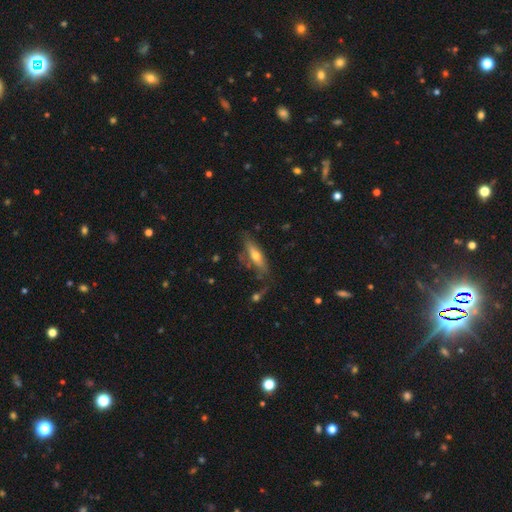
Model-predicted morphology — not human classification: A smooth galaxy with no disk features (47%, tied with featured or disk).

Vote fractions:
- Smooth or featured? smooth: 47% (tied) / featured or disk: 47% (tied) / star or artifact: 7%
- Merging? none: 57% / minor disturbance: 25% / major disturbance: 12% / merger: 6%